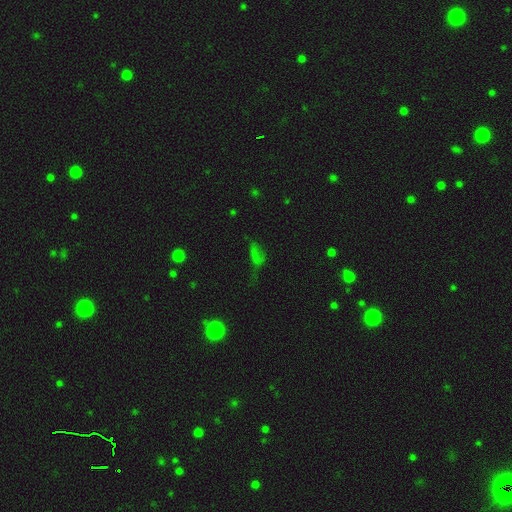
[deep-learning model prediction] Q: Smooth or featured?
A: smooth (52%); runner-up: star or artifact (32%)
Q: How rounded?
A: in between (65%); runner-up: cigar-shaped (27%)
Q: Merging?
A: none (43%); runner-up: major disturbance (26%)